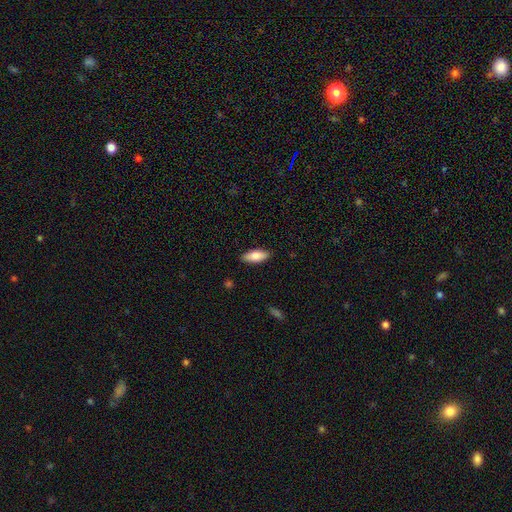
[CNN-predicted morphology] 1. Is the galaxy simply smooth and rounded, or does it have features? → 82% smooth, 12% featured or disk, 6% star or artifact.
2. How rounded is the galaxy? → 77% in between, 21% cigar-shaped, 2% round.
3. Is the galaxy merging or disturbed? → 88% none, 9% minor disturbance, 2% major disturbance, 1% merger.